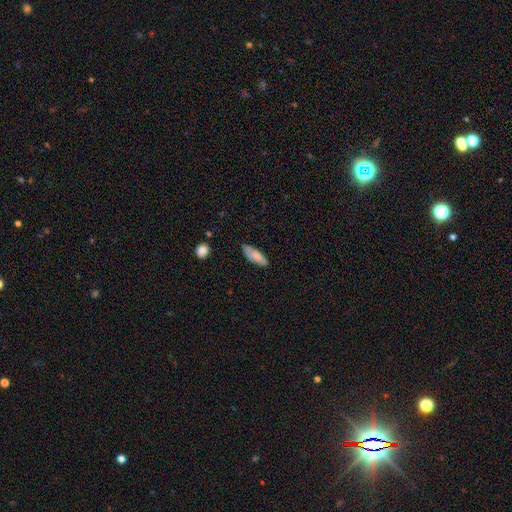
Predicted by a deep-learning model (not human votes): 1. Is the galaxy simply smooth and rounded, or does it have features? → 76% smooth, 18% featured or disk, 6% star or artifact.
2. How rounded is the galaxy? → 70% in between, 28% cigar-shaped, 2% round.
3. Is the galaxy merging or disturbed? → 73% none, 22% minor disturbance, 4% major disturbance, 2% merger.